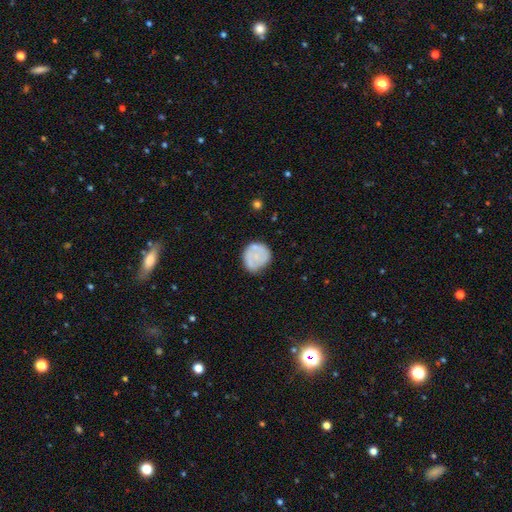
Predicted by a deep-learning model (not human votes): Overall: smooth (66%; featured or disk 27%). How rounded: round (84%). Merging: none (65%; minor disturbance 25%).